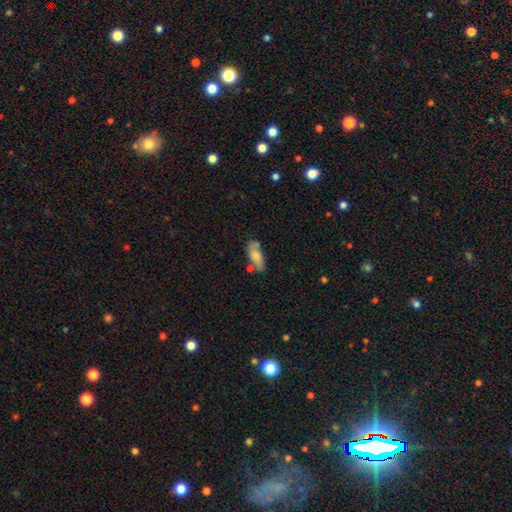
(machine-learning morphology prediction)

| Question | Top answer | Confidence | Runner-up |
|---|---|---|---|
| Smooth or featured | smooth | 65% | featured or disk (28%) |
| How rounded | in between | 71% | cigar-shaped (26%) |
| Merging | none | 59% | minor disturbance (22%) |